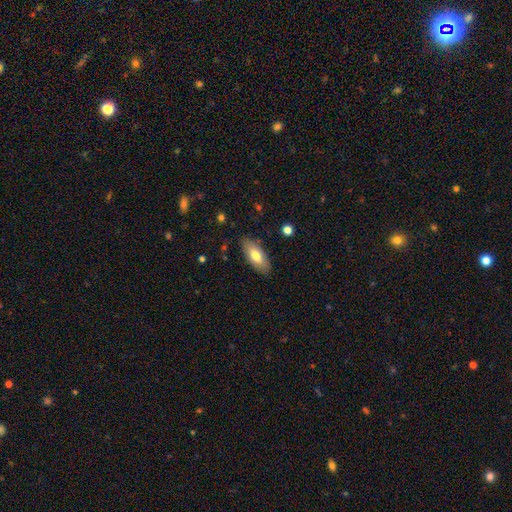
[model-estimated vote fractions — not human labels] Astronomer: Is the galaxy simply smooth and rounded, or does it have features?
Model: smooth — 70%.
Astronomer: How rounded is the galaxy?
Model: in between — 84%.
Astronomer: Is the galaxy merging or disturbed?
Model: none — 85%.